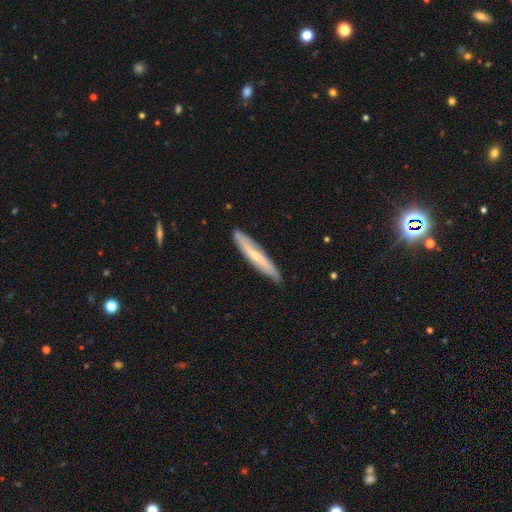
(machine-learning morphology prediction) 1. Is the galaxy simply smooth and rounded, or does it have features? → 48% smooth, 45% featured or disk, 6% star or artifact.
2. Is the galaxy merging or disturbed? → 85% none, 12% minor disturbance, 2% major disturbance, 1% merger.